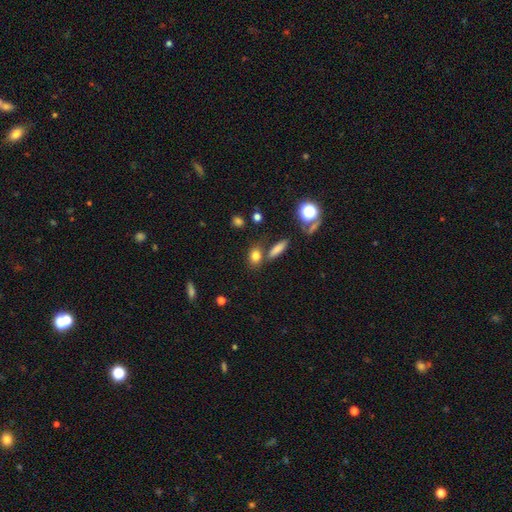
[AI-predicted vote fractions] A smooth galaxy with no disk features (79%) that is in between round and cigar-shaped (62%).

Vote fractions:
- Smooth or featured? smooth: 79% / star or artifact: 13% / featured or disk: 9%
- How rounded? in between: 62% / round: 31% / cigar-shaped: 7%
- Merging? none: 65% / merger: 18% / minor disturbance: 12% / major disturbance: 5%